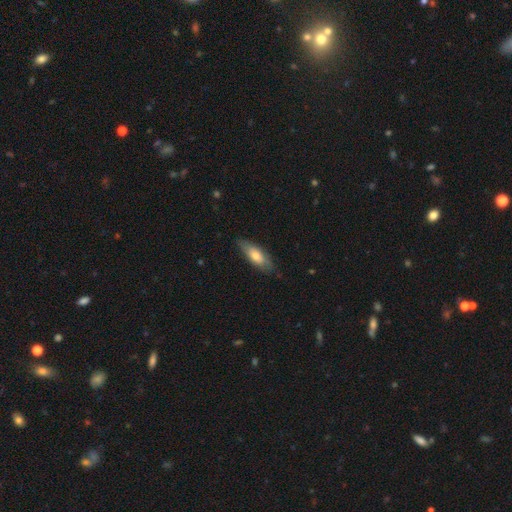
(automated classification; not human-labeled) Smooth or featured? smooth (67%)
How rounded? in between (64%)
Merging? none (79%)